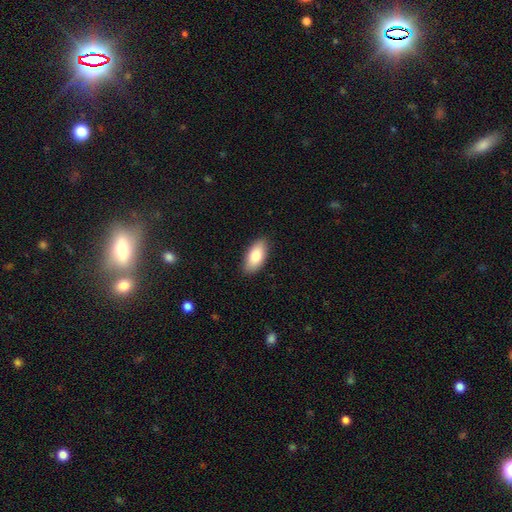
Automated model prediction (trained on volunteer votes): The model was most divided on "smooth or featured": smooth: 83%, featured or disk: 11%, star or artifact: 6%. More confident: how rounded — in between (91%); merging — none (88%).